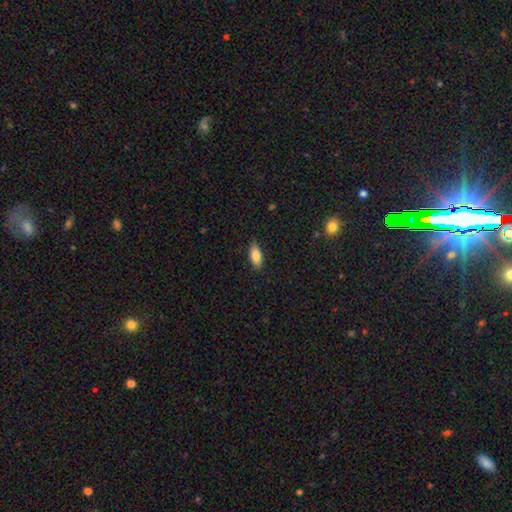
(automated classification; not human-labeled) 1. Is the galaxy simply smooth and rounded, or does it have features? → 83% smooth, 10% featured or disk, 7% star or artifact.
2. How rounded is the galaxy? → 81% in between, 17% cigar-shaped, 2% round.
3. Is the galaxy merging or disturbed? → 84% none, 13% minor disturbance, 2% major disturbance, 1% merger.